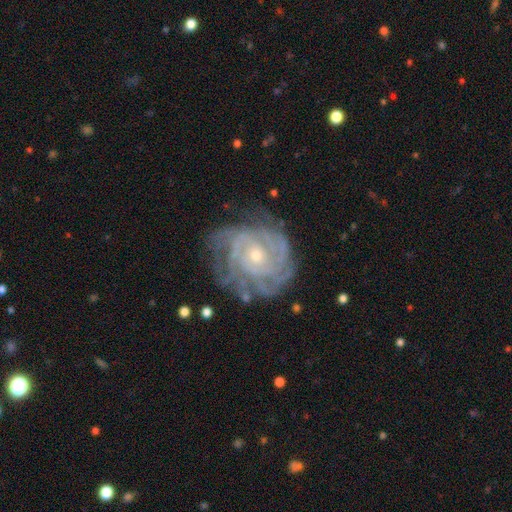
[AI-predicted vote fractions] The model was most divided on "spiral arm count": can't tell: 32%, 4: 23%, 3: 16%, more than 4: 12%, 2: 10%, 1: 6%. More confident: edge-on disk — no (97%); spiral arms — yes (96%); smooth or featured — featured or disk (88%); spiral winding — tight (78%); bar — no (76%); merging — none (70%); bulge size — small (63%).